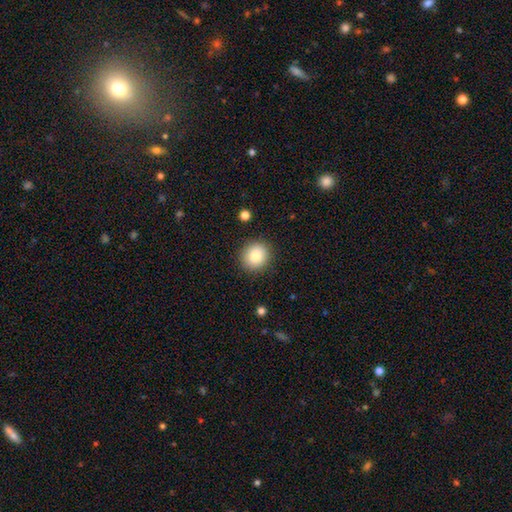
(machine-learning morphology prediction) Smooth or featured? smooth (86%)
How rounded? round (82%)
Merging? none (89%)